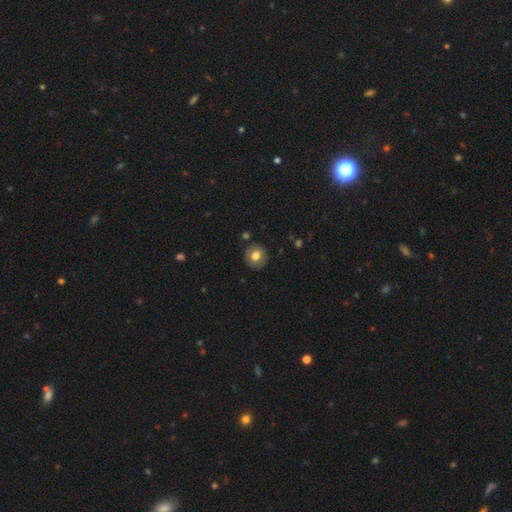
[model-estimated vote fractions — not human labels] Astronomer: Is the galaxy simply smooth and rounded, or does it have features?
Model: smooth — 75%.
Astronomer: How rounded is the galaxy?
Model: round — 91%.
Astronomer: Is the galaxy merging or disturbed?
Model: none — 89%.